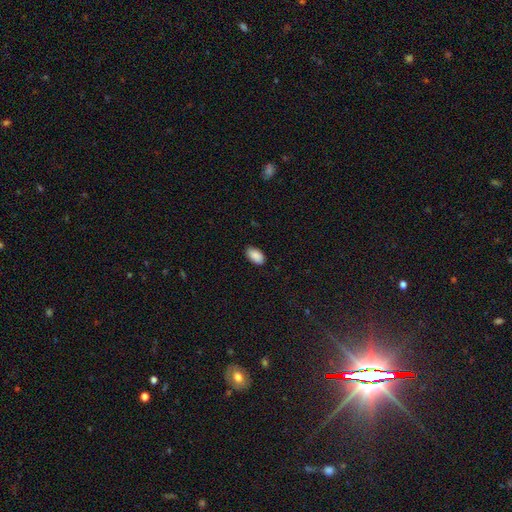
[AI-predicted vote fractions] Smooth or featured? smooth (90%)
How rounded? in between (95%)
Merging? none (88%)